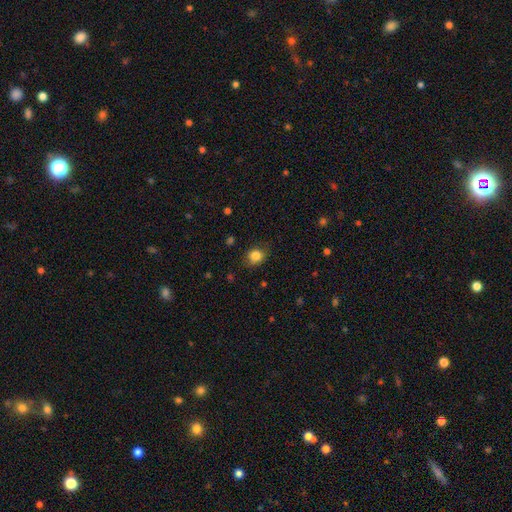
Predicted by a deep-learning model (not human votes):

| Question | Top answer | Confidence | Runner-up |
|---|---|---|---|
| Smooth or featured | smooth | 83% | star or artifact (10%) |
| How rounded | round | 63% | in between (36%) |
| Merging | none | 77% | minor disturbance (17%) |